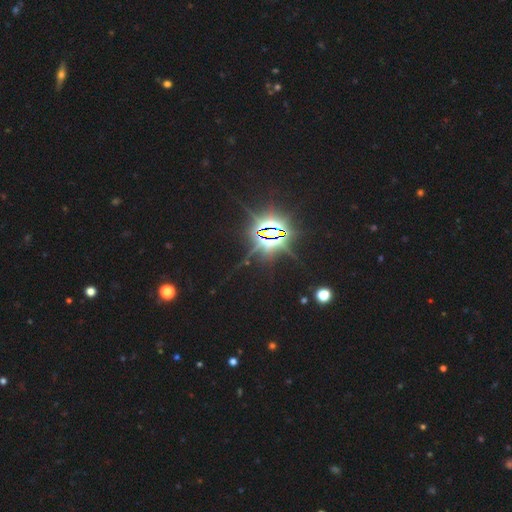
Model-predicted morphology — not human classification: smooth-or-featured: star or artifact: 88% | smooth: 6% | featured or disk: 6%